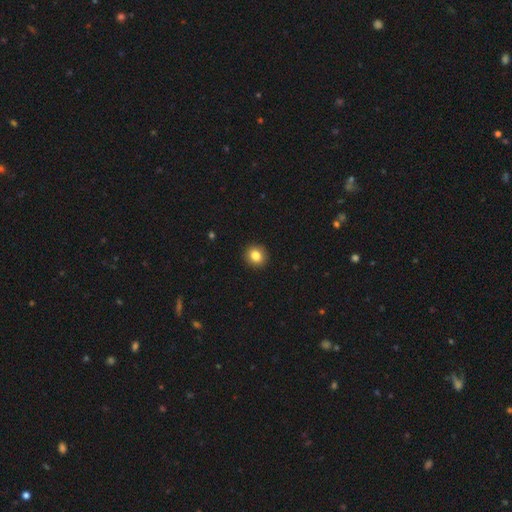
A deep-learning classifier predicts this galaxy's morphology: smooth 83%, star or artifact 10%, featured or disk 7%. Down the decision tree: how rounded — round (83%); merging — none (92%).